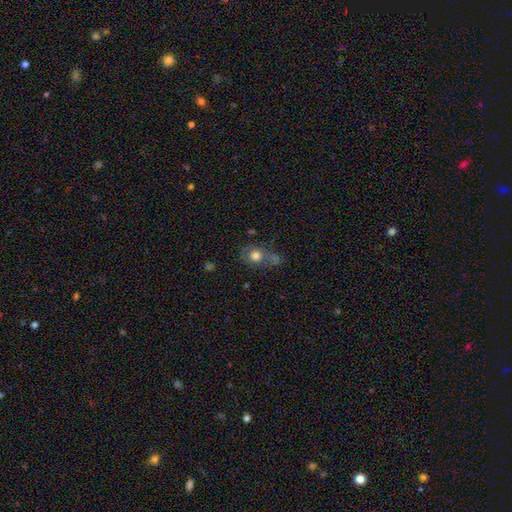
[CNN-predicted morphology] Q: Smooth or featured?
A: smooth (69%); runner-up: featured or disk (20%)
Q: How rounded?
A: round (66%); runner-up: in between (32%)
Q: Merging?
A: none (45%); runner-up: merger (22%)